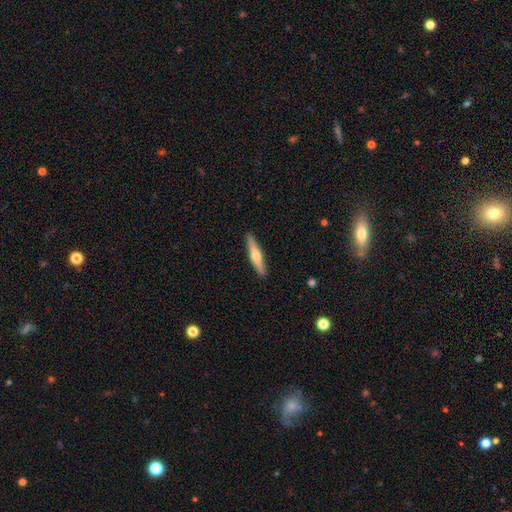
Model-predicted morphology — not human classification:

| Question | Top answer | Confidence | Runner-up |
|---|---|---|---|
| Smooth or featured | smooth | 49% | featured or disk (45%) |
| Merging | none | 91% | minor disturbance (7%) |